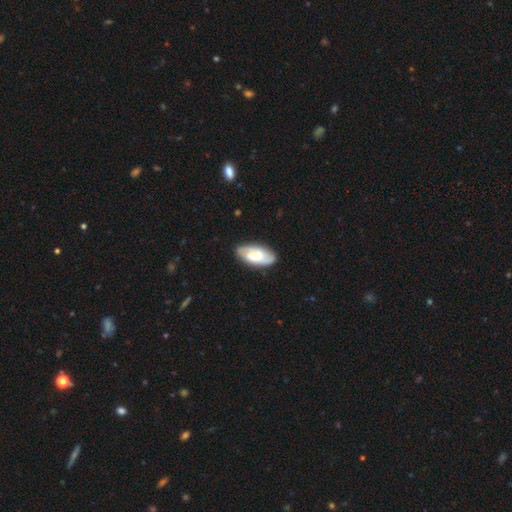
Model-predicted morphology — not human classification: smooth 47% (tied), featured or disk 47% (tied), star or artifact 6%. Down the decision tree: merging — none (81%).